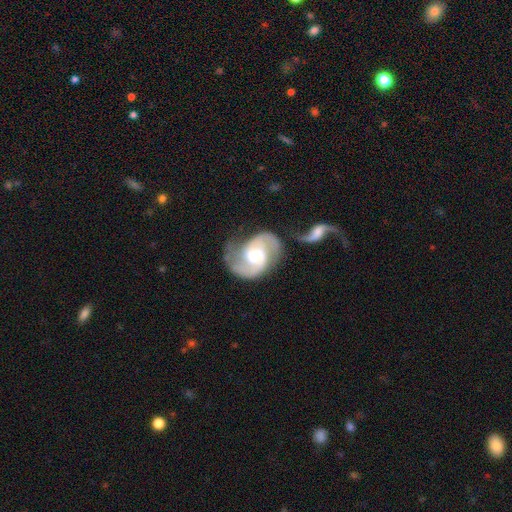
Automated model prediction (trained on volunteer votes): Smooth or featured? Predicted: featured or disk (p=0.90). Edge-on disk? Predicted: no (p=0.98). Bar? Predicted: no (p=0.44). Spiral arms? Predicted: yes (p=0.97). Spiral winding? Predicted: medium (p=0.56). Spiral arm count? Predicted: 2 (p=0.92). Bulge size? Predicted: moderate (p=0.67). Merging? Predicted: none (p=0.58).